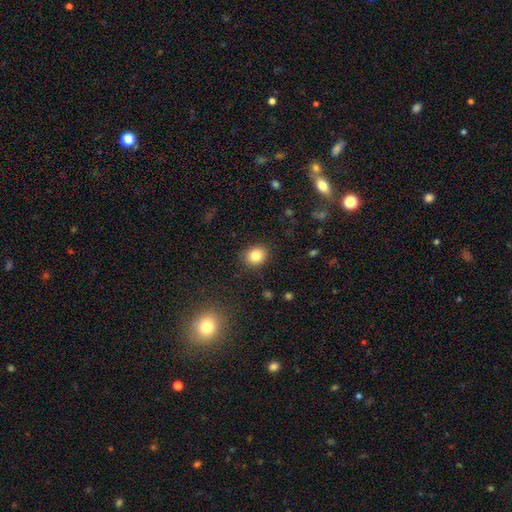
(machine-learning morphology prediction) Smooth or featured?
  - smooth: 85% *
  - star or artifact: 10%
  - featured or disk: 5%
How rounded?
  - round: 65% *
  - in between: 34%
  - cigar-shaped: 1%
Merging?
  - none: 86% *
  - minor disturbance: 10%
  - major disturbance: 3%
  - merger: 1%